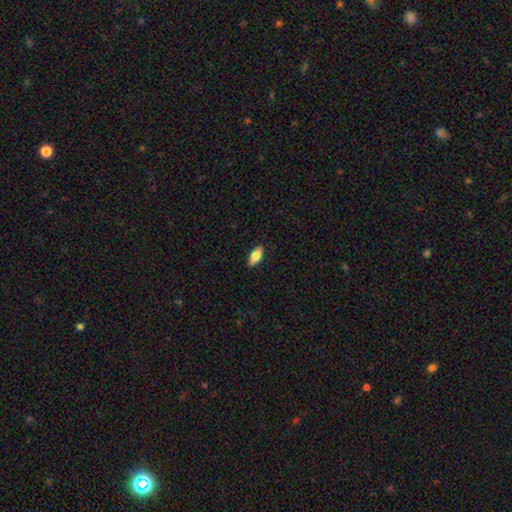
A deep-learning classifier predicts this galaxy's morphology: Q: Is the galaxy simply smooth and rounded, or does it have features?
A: smooth — 73%.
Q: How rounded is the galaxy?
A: in between — 82%.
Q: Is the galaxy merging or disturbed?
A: none — 87%.